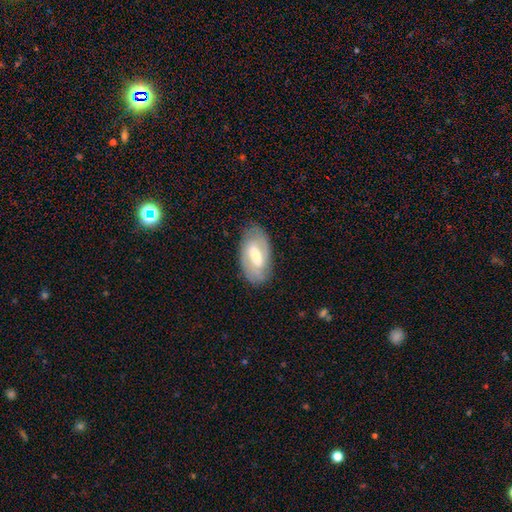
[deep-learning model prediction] smooth_or_featured: featured or disk (p=0.59) [alt: smooth p=0.35]
disk_edge_on: no (p=0.91) [alt: yes p=0.09]
bar: weak (p=0.45) [alt: strong p=0.37]
has_spiral_arms: yes (p=0.63) [alt: no p=0.37]
bulge_size: moderate (p=0.54) [alt: small p=0.27]
merging: none (p=0.79) [alt: minor disturbance p=0.15]